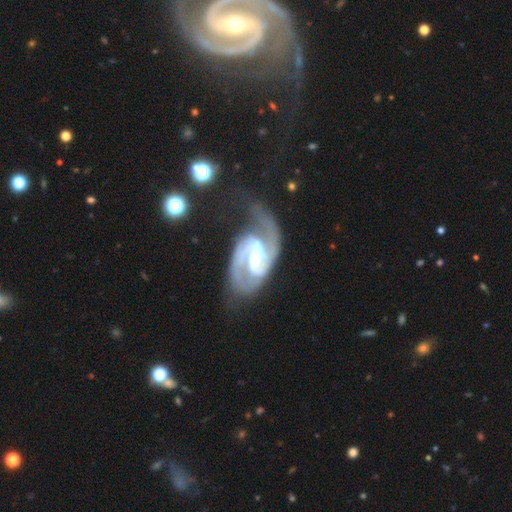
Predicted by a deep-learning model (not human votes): Smooth or featured? Predicted: featured or disk (p=0.92). Edge-on disk? Predicted: no (p=0.98). Bar? Predicted: weak (p=0.49). Spiral arms? Predicted: yes (p=0.98). Spiral winding? Predicted: medium (p=0.53). Spiral arm count? Predicted: 2 (p=0.83). Bulge size? Predicted: moderate (p=0.46). Merging? Predicted: none (p=0.43).